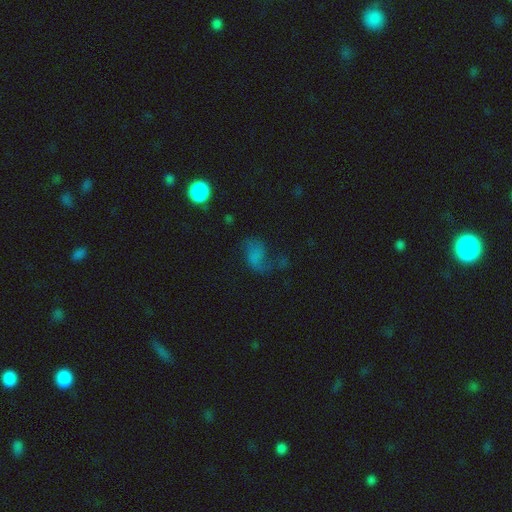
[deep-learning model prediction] smooth_or_featured: smooth (p=0.43) [alt: featured or disk p=0.38]
merging: none (p=0.36) [alt: major disturbance p=0.34]